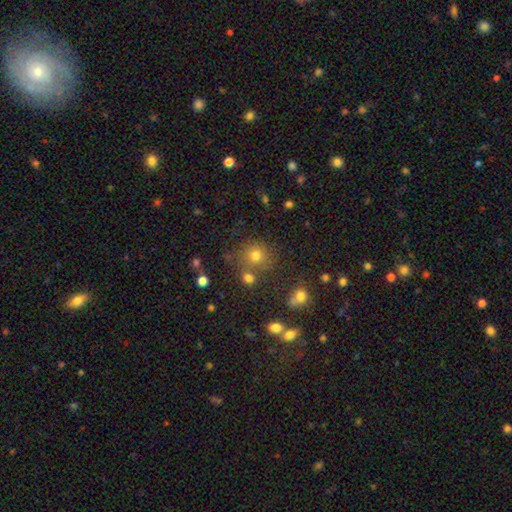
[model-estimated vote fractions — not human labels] smooth-or-featured: smooth: 73% | star or artifact: 18% | featured or disk: 9%
  how-rounded: round: 88% | in between: 11% | cigar-shaped: 1%
  merging: none: 72% | merger: 14% | minor disturbance: 10% | major disturbance: 4%